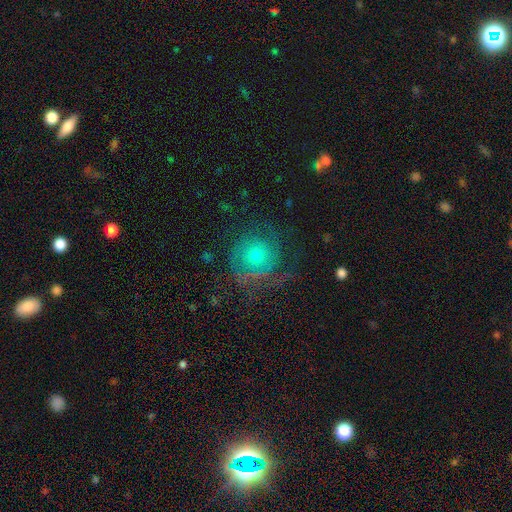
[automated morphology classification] A featured or disk galaxy (62%) with no bar (84%), spiral arms (81%) and a moderate central bulge (51%). Merging: none (63%).